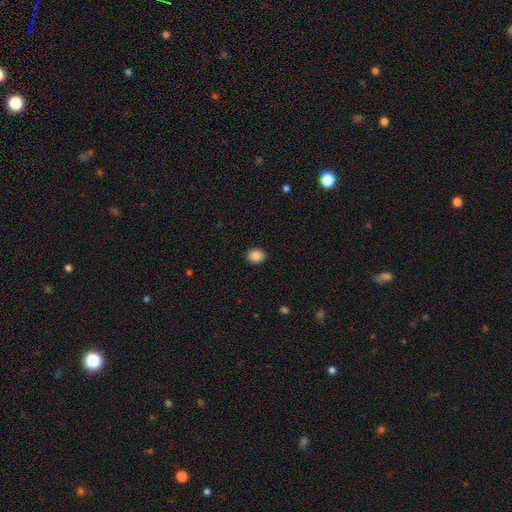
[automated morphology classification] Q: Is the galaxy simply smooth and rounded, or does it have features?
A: smooth — 85%.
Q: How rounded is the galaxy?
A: in between — 53%.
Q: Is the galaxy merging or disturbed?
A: none — 91%.